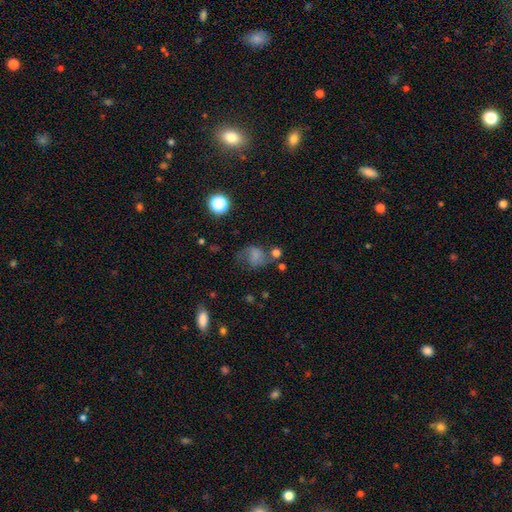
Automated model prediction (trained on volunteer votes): This is possibly a smooth galaxy (55%). How rounded: possibly round (57%). Merging: marginally none (45%).